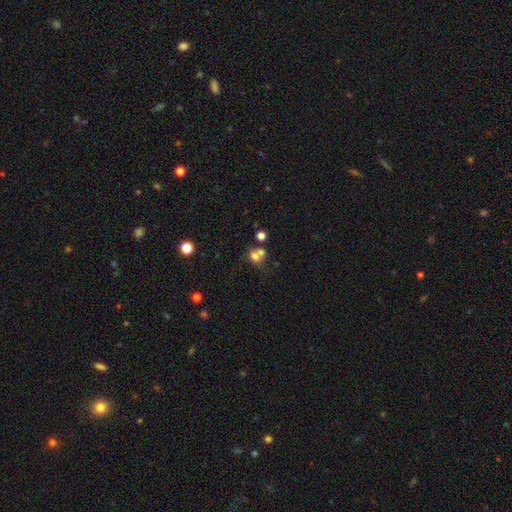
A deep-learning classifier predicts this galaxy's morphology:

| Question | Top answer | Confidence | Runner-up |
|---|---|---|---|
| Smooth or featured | smooth | 68% | featured or disk (16%) |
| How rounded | round | 70% | in between (29%) |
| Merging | merger | 51% | none (34%) |